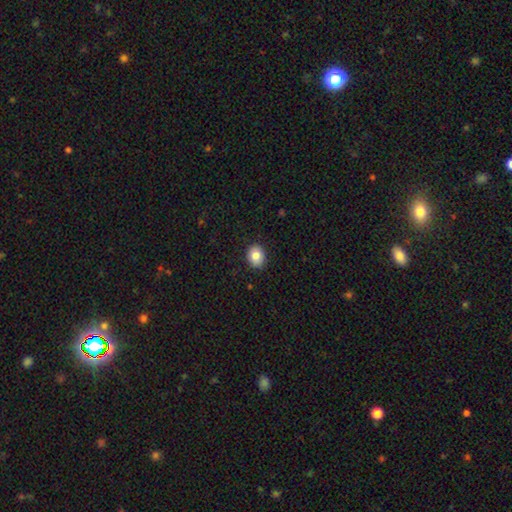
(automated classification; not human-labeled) Smooth or featured: smooth — 84% (star or artifact — 9%)
How rounded: round — 55% (in between — 44%)
Merging: none — 87% (minor disturbance — 10%)